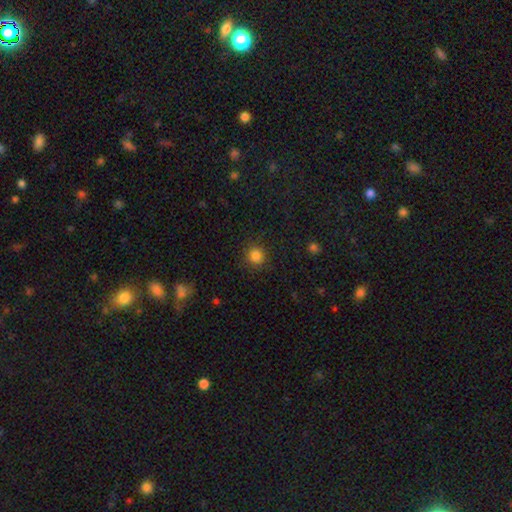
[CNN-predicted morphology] A smooth galaxy with no disk features (83%) that is round (92%). Merging: none (88%).